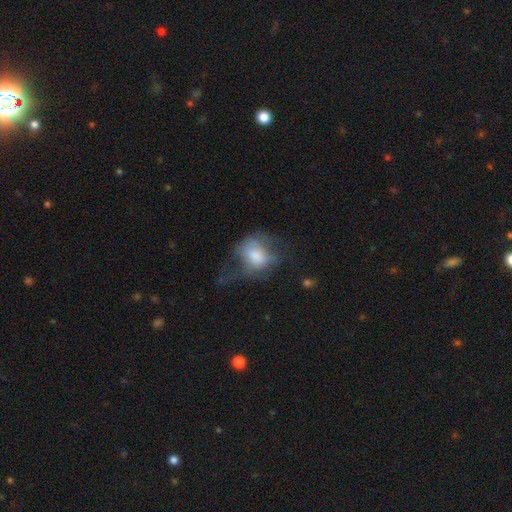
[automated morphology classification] smooth_or_featured: smooth (p=0.62) [alt: featured or disk p=0.30]
how_rounded: in between (p=0.54) [alt: round p=0.44]
merging: major disturbance (p=0.49) [alt: none p=0.25]